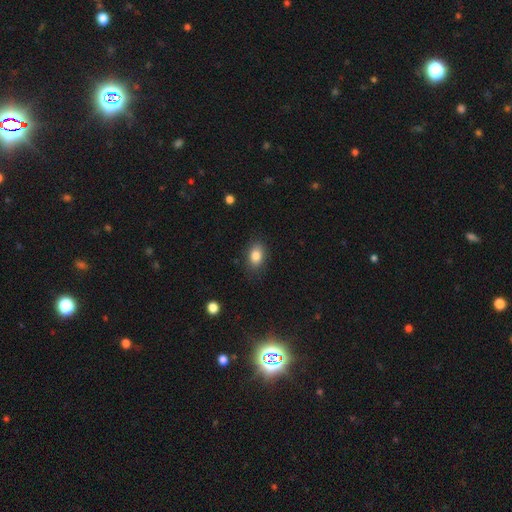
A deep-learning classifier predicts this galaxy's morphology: Smooth or featured? smooth (84%)
How rounded? in between (83%)
Merging? none (84%)